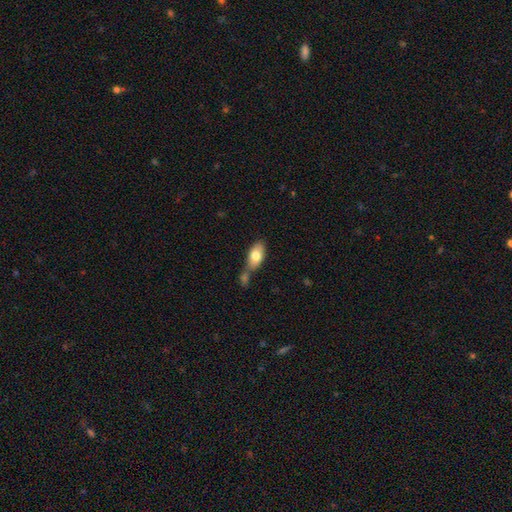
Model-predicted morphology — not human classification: A smooth galaxy with no disk features (77%) that is in between round and cigar-shaped (90%).

Vote fractions:
- Smooth or featured? smooth: 77% / featured or disk: 16% / star or artifact: 7%
- How rounded? in between: 90% / cigar-shaped: 6% / round: 4%
- Merging? none: 45% / merger: 36% / minor disturbance: 14% / major disturbance: 5%